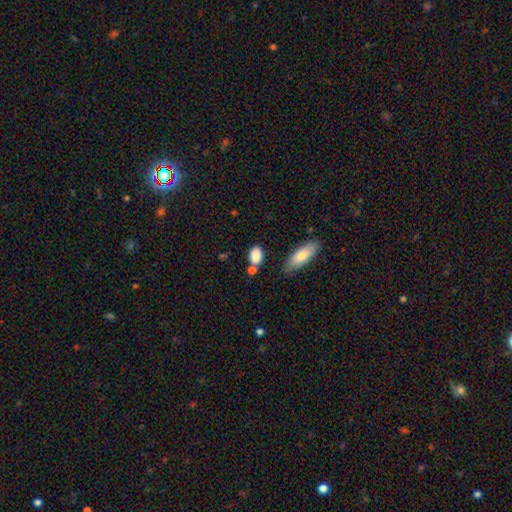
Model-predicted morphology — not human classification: Smooth or featured? smooth (86%)
How rounded? in between (80%)
Merging? none (65%)